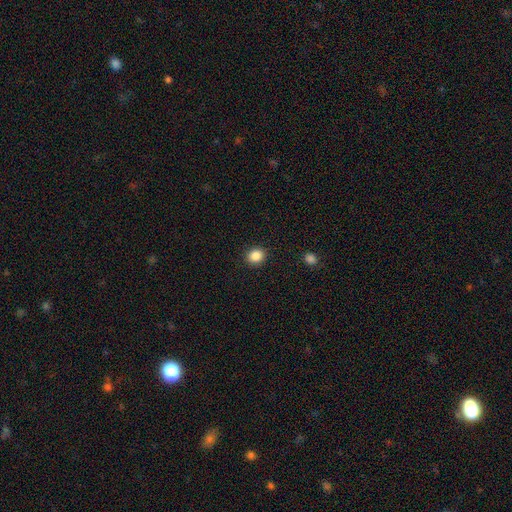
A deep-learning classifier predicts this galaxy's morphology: Q: Smooth or featured?
A: smooth (87%); runner-up: star or artifact (10%)
Q: How rounded?
A: round (80%); runner-up: in between (19%)
Q: Merging?
A: none (91%); runner-up: minor disturbance (6%)